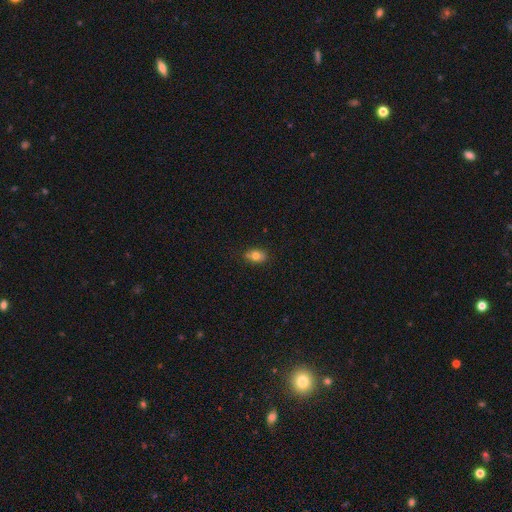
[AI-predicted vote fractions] smooth 75%, featured or disk 15%, star or artifact 10%. Down the decision tree: how rounded — in between (78%); merging — none (78%).